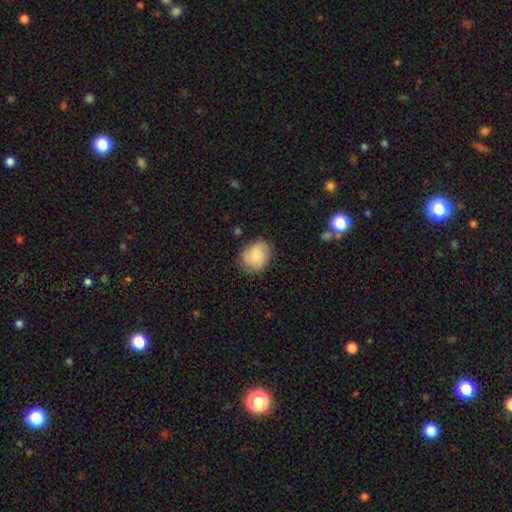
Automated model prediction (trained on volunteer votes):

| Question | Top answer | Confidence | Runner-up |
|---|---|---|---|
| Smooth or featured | smooth | 74% | featured or disk (19%) |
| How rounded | round | 53% | in between (46%) |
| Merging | none | 75% | minor disturbance (19%) |